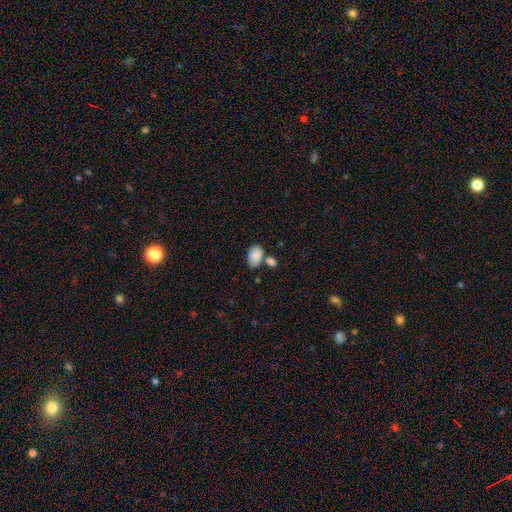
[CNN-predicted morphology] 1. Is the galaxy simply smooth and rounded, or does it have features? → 87% smooth, 7% star or artifact, 6% featured or disk.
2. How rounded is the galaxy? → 91% in between, 8% round, 1% cigar-shaped.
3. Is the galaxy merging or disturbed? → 48% none, 30% merger, 16% minor disturbance, 5% major disturbance.